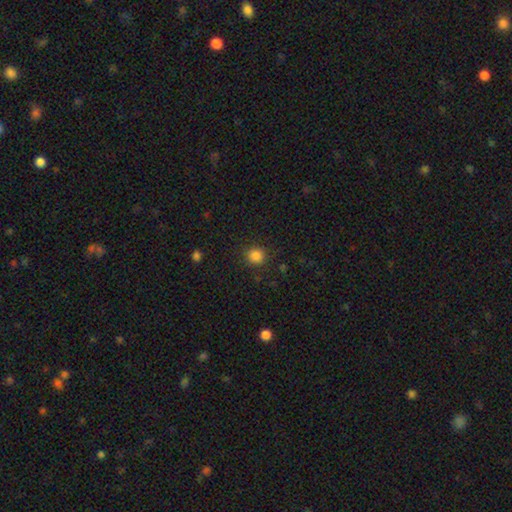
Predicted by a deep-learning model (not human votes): smooth-or-featured: smooth: 85% | star or artifact: 12% | featured or disk: 3%
  how-rounded: round: 90% | in between: 9% | cigar-shaped: 1%
  merging: none: 88% | minor disturbance: 8% | major disturbance: 3% | merger: 1%